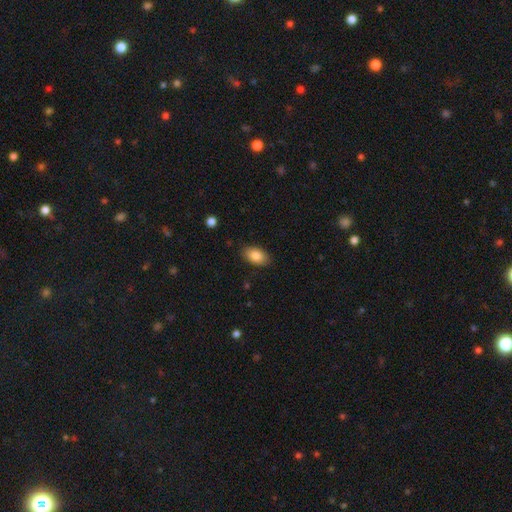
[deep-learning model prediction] Morphology: type=smooth (85%); roundness=in between (92%); merging=none (86%).